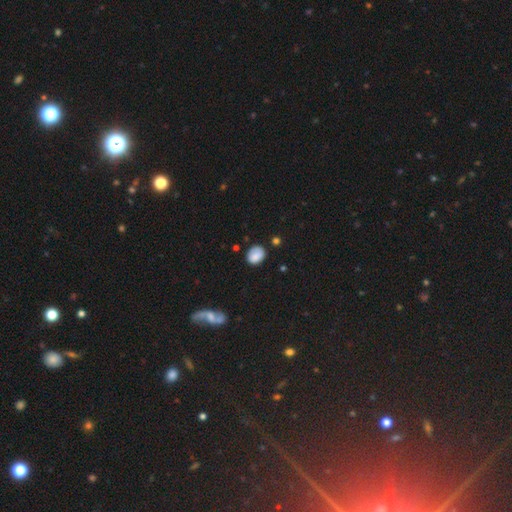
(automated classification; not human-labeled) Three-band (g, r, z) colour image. It shows a smooth galaxy with no disk features (82%) that is in between round and cigar-shaped (58%). Merging: none (71%).